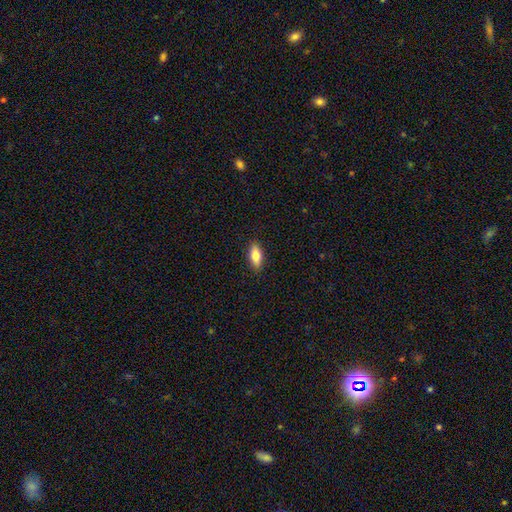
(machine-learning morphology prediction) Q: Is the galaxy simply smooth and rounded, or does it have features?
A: smooth — 76%.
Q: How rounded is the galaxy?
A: in between — 79%.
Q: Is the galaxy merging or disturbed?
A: none — 89%.